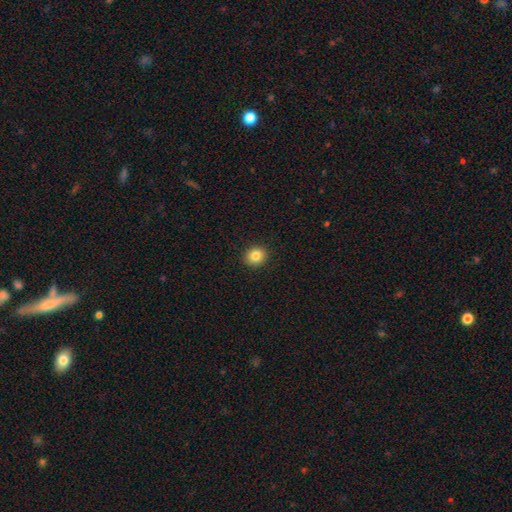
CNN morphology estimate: Smooth or featured? Predicted: smooth (p=0.84). How rounded? Predicted: round (p=0.78). Merging? Predicted: none (p=0.91).